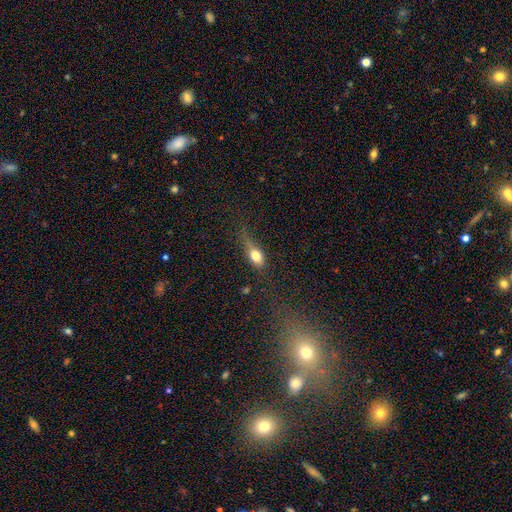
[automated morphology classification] A smooth galaxy with no disk features (70%) that is in between round and cigar-shaped (71%).

Vote fractions:
- Smooth or featured? smooth: 70% / featured or disk: 20% / star or artifact: 10%
- How rounded? in between: 71% / cigar-shaped: 17% / round: 13%
- Merging? none: 48% / minor disturbance: 28% / major disturbance: 20% / merger: 4%